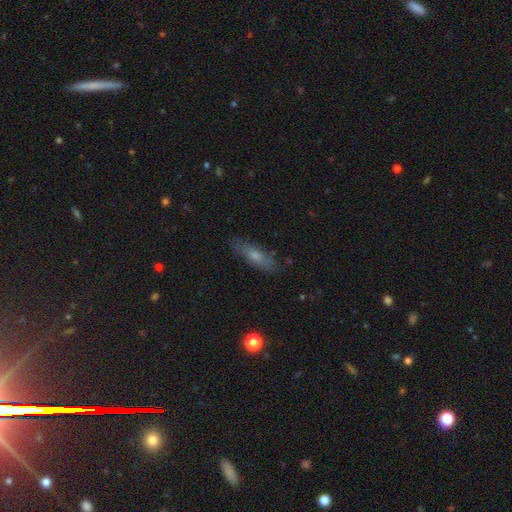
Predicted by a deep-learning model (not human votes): Overall: smooth (62%; featured or disk 30%). How rounded: cigar-shaped (53%; in between 44%). Merging: none (80%).